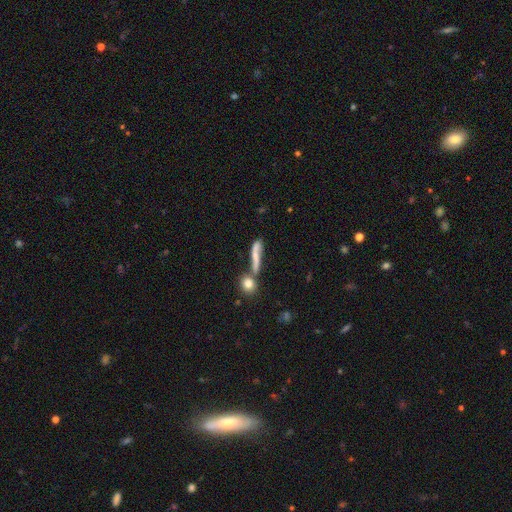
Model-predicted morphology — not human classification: The model was most divided on "smooth or featured": smooth: 54%, featured or disk: 36%, star or artifact: 11%. Remaining: how rounded — cigar-shaped (73%); merging — none (44%).